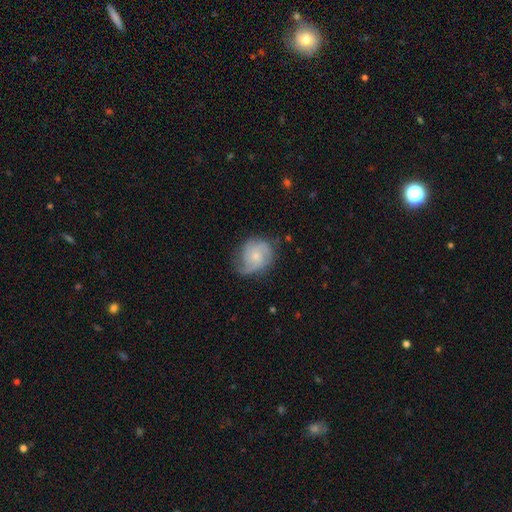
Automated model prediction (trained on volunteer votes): Overall: featured or disk (64%; smooth 29%). Edge-on disk: no (98%). Bar: no (72%). Spiral arms: yes (91%). Spiral arm count: 2 (37%; 3 28%). Spiral winding: medium (42%; tight 41%). Bulge size: small (53%; moderate 36%). Merging: none (62%; minor disturbance 26%).